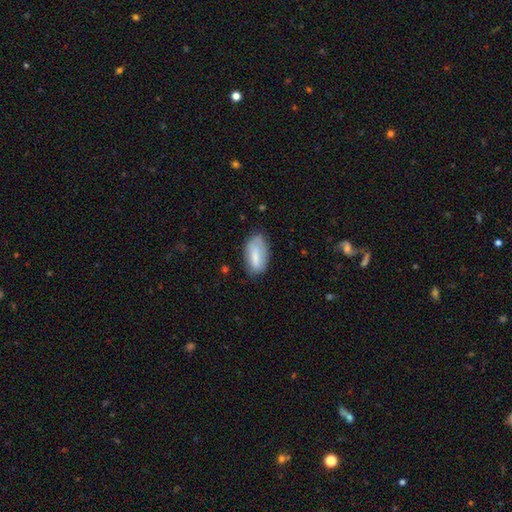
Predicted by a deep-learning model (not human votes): This is likely a smooth galaxy (71%). How rounded: clearly in between (91%). Merging: likely none (68%).